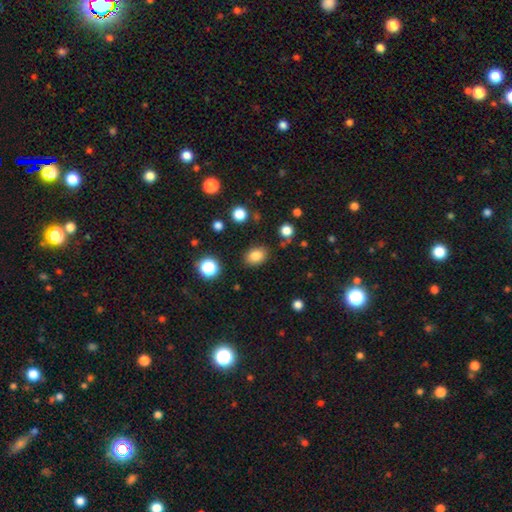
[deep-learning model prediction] Smooth or featured? Predicted: smooth (p=0.83). How rounded? Predicted: in between (p=0.64). Merging? Predicted: none (p=0.83).